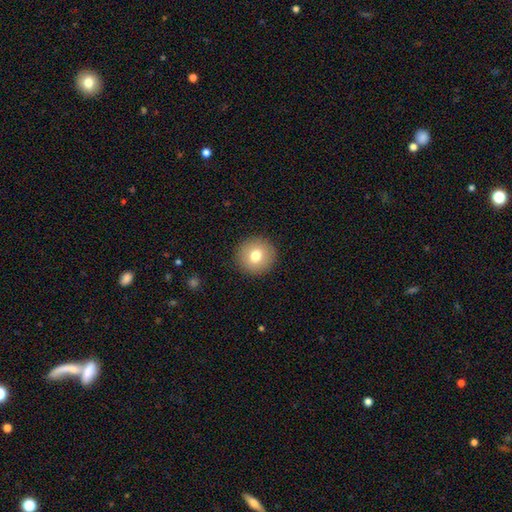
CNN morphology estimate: Smooth or featured?
  - smooth: 76% *
  - featured or disk: 14%
  - star or artifact: 10%
How rounded?
  - round: 96% *
  - in between: 3%
  - cigar-shaped: 1%
Merging?
  - none: 92% *
  - minor disturbance: 5%
  - major disturbance: 2%
  - merger: 1%